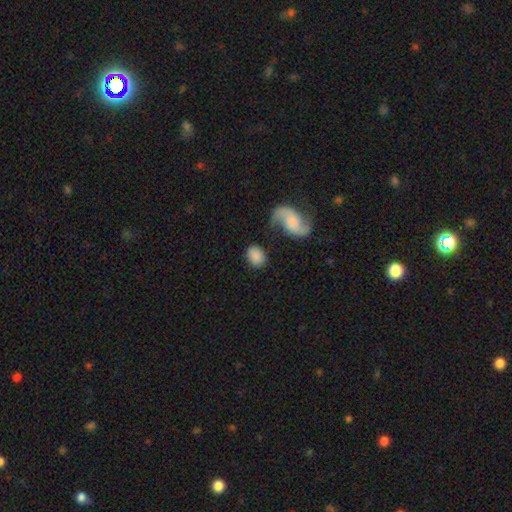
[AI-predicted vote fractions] Smooth or featured: smooth — 75% (featured or disk — 17%)
How rounded: in between — 67% (round — 32%)
Merging: none — 70% (minor disturbance — 15%)